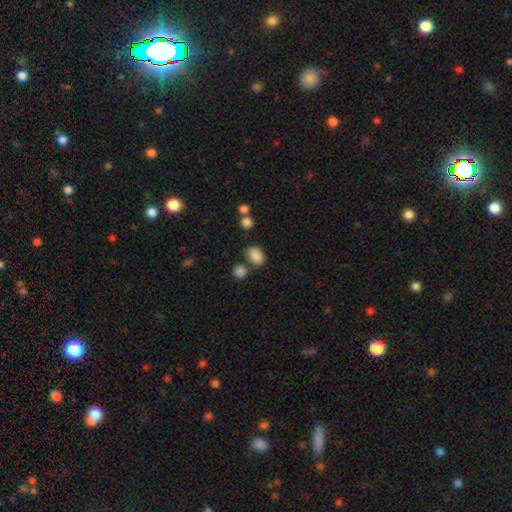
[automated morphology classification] A smooth galaxy with no disk features (86%) that is in between round and cigar-shaped (81%). Merging: none (69%).